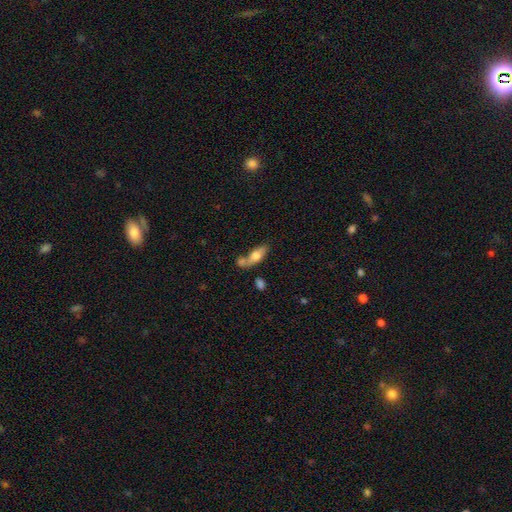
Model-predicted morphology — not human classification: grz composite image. It shows a smooth galaxy with no disk features (68%) that is in between round and cigar-shaped (73%). Merging: merger (38%).